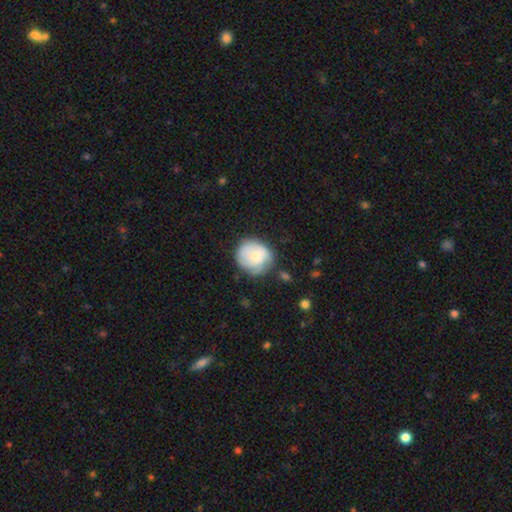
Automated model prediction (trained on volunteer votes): Smooth or featured: smooth — 55% (featured or disk — 38%)
How rounded: round — 83% (in between — 16%)
Merging: none — 58% (minor disturbance — 28%)